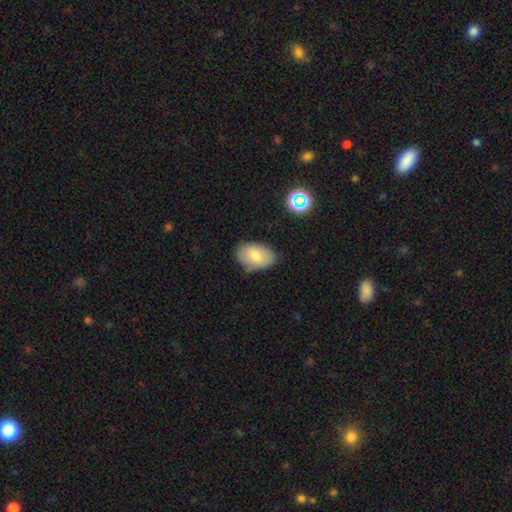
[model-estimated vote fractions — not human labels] Overall: smooth (76%). How rounded: in between (87%). Merging: none (76%).